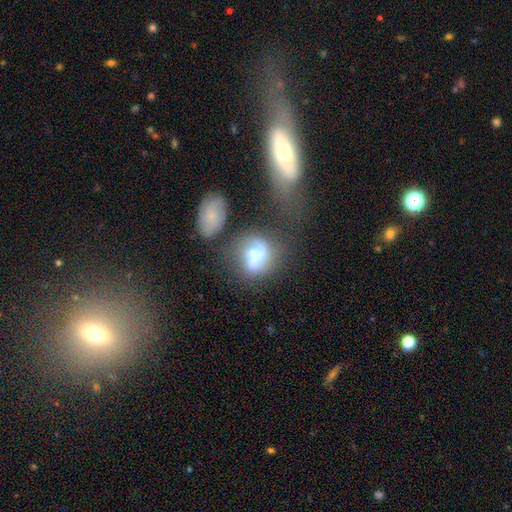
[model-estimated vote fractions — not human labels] Smooth or featured? Predicted: smooth (p=0.45). Merging? Predicted: none (p=0.38).